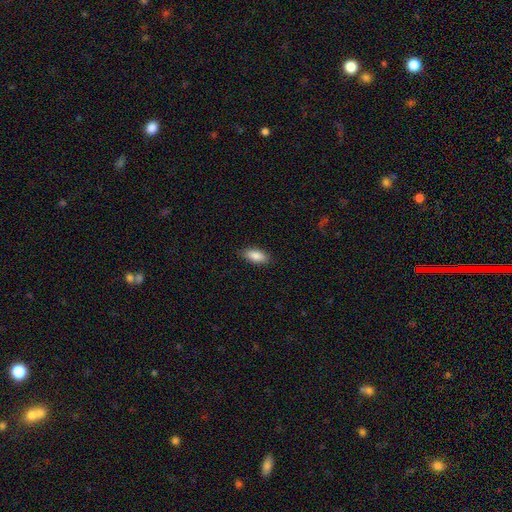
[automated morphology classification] Smooth or featured?
  - smooth: 87% *
  - star or artifact: 6%
  - featured or disk: 6%
How rounded?
  - in between: 87% *
  - cigar-shaped: 11%
  - round: 2%
Merging?
  - none: 88% *
  - minor disturbance: 9%
  - major disturbance: 2%
  - merger: 1%